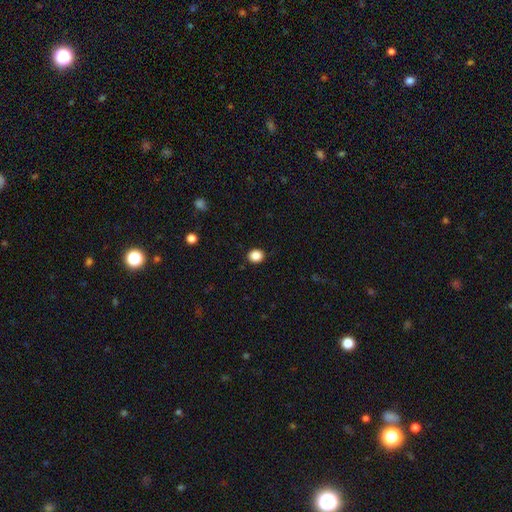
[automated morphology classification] smooth_or_featured: smooth (p=0.88) [alt: star or artifact p=0.10]
how_rounded: round (p=0.66) [alt: in between p=0.33]
merging: none (p=0.90) [alt: minor disturbance p=0.07]